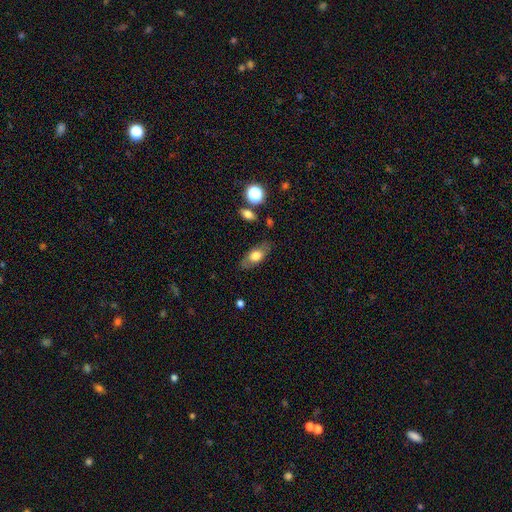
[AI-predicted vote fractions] Overall: smooth (65%; featured or disk 27%). How rounded: in between (82%). Merging: none (79%).